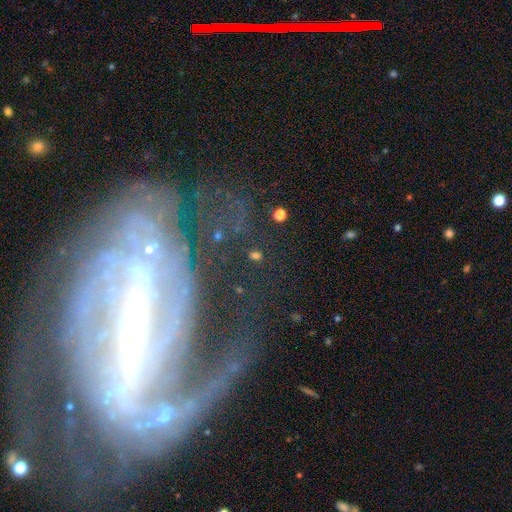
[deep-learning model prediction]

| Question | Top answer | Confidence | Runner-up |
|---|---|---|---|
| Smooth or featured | smooth | 52% | star or artifact (34%) |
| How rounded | round | 61% | in between (35%) |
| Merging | none | 80% | minor disturbance (10%) |